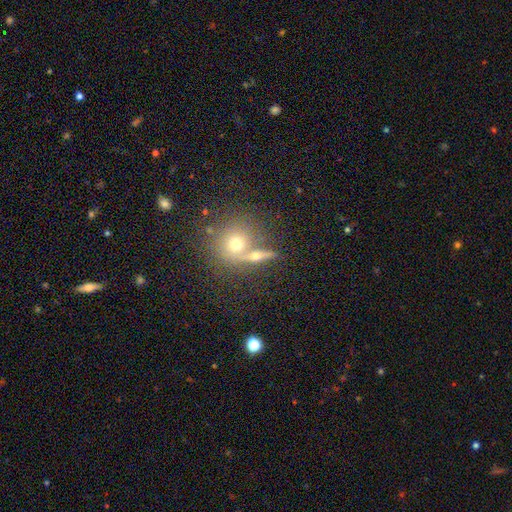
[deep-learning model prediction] smooth-or-featured: featured or disk: 44% | smooth: 41% | star or artifact: 15%
  merging: none: 57% | merger: 28% | minor disturbance: 9% | major disturbance: 5%